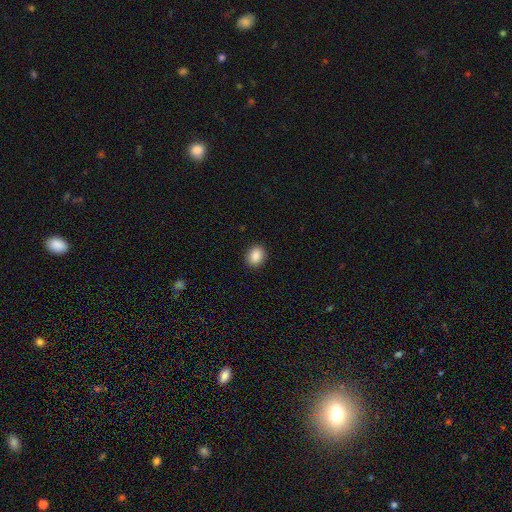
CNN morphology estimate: The model was most divided on "how rounded": in between: 52%, round: 47%, cigar-shaped: 1%. More confident: merging — none (91%); smooth or featured — smooth (88%).